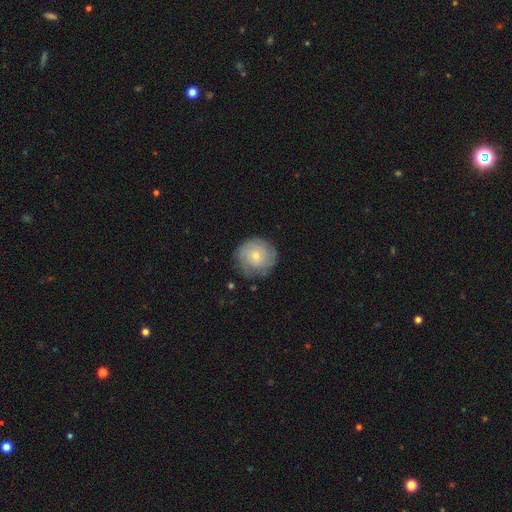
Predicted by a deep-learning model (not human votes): smooth_or_featured: smooth (p=0.50) [alt: featured or disk p=0.43]
merging: none (p=0.77) [alt: minor disturbance p=0.17]